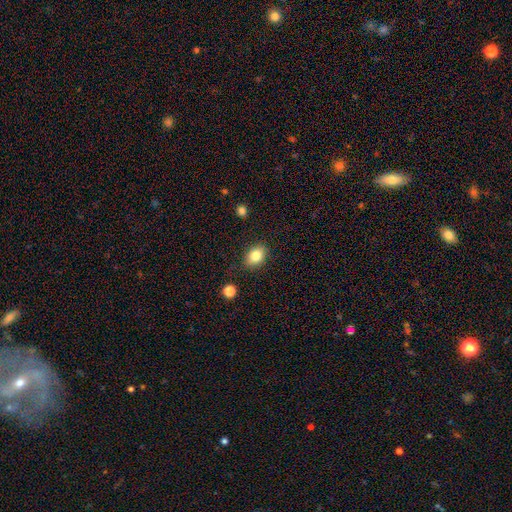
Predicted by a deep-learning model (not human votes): smooth-or-featured: smooth: 83% | star or artifact: 9% | featured or disk: 8%
  how-rounded: in between: 72% | round: 27% | cigar-shaped: 1%
  merging: none: 84% | minor disturbance: 11% | major disturbance: 3% | merger: 2%